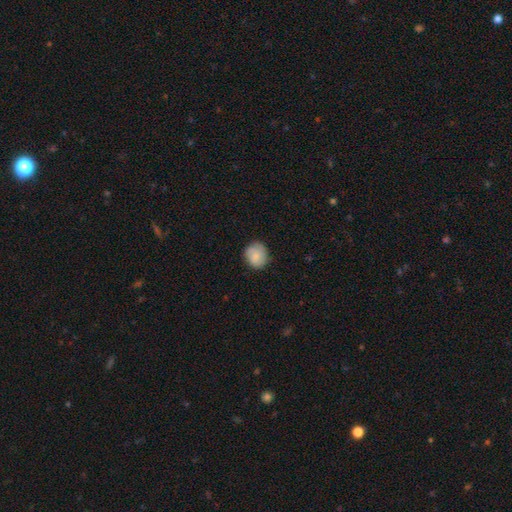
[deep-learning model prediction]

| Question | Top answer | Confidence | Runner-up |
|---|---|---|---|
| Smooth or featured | smooth | 80% | featured or disk (13%) |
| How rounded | round | 76% | in between (23%) |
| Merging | none | 79% | minor disturbance (17%) |